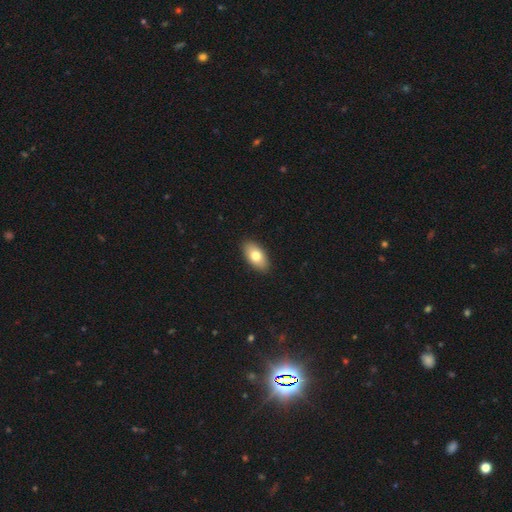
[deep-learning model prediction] Morphology: type=smooth (77%); roundness=in between (93%); merging=none (90%).